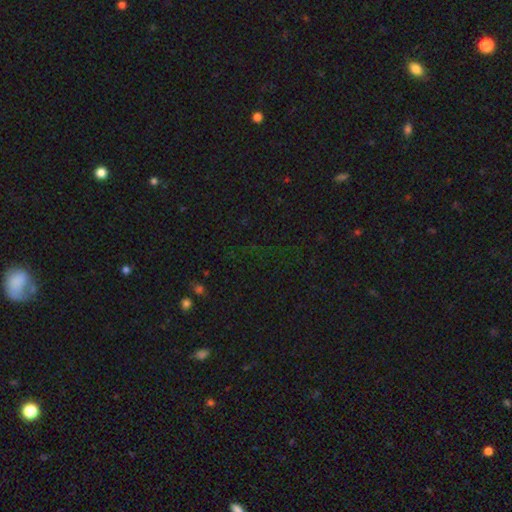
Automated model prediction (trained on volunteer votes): Morphology: type=star or artifact (71%).